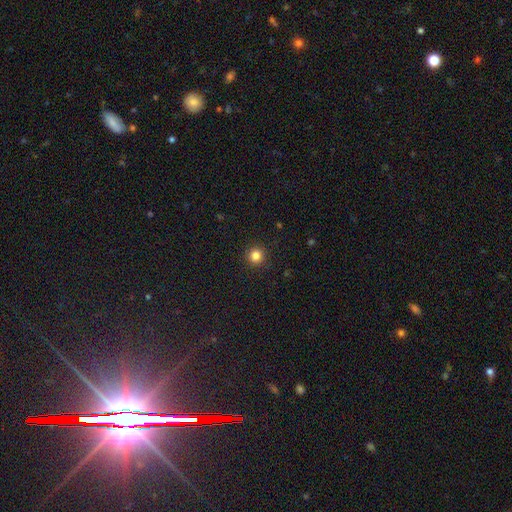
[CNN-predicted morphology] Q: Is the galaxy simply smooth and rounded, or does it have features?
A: smooth — 84%.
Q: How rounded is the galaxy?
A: round — 95%.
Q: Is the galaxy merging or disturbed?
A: none — 93%.